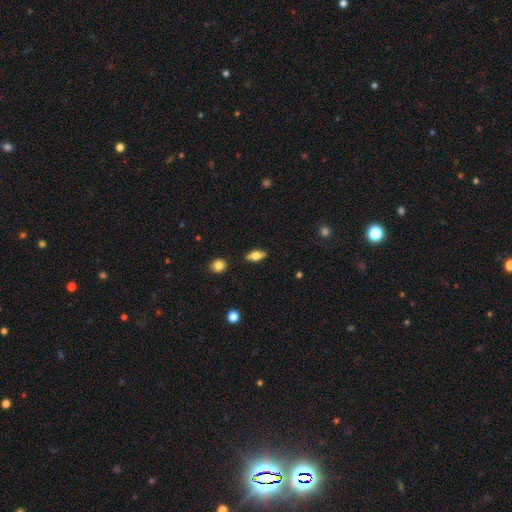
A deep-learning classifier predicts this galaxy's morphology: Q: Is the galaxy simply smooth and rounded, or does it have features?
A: smooth — 65%.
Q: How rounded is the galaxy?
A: in between — 80%.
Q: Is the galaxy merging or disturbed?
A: none — 86%.